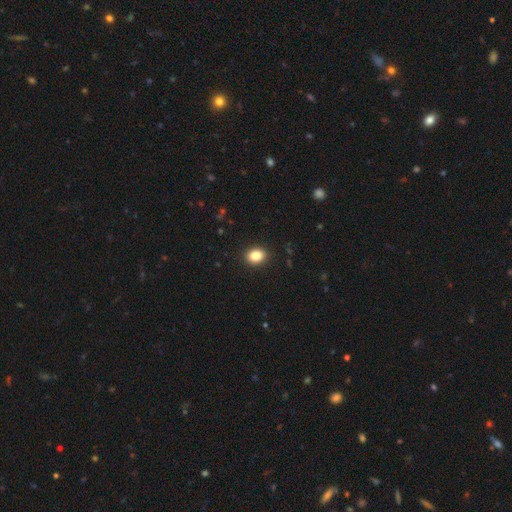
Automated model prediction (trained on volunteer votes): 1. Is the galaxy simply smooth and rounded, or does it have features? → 87% smooth, 9% star or artifact, 4% featured or disk.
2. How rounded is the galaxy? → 58% in between, 42% round, 1% cigar-shaped.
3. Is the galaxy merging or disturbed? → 91% none, 7% minor disturbance, 2% major disturbance, 1% merger.